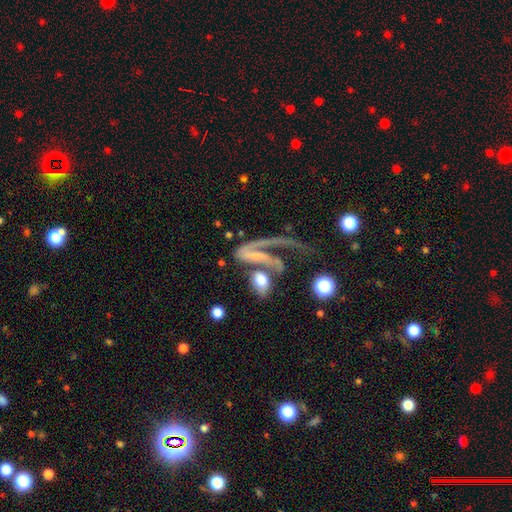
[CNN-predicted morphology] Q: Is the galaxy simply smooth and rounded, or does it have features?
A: featured or disk — 65%.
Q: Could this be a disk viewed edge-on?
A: no — 89%.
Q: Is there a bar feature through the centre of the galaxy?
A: no — 50%.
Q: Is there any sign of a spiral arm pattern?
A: yes — 70%.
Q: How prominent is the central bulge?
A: small — 38%.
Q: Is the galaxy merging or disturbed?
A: major disturbance — 34%.